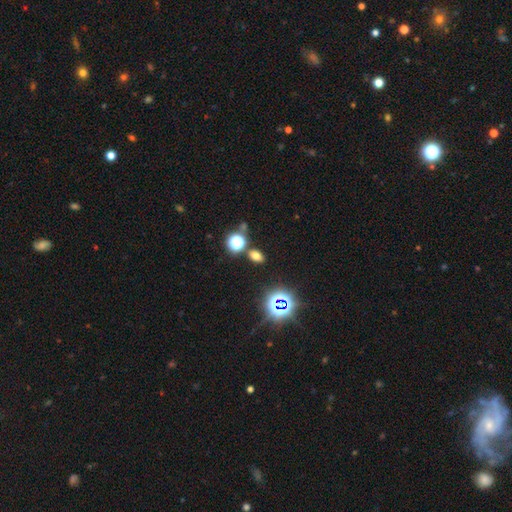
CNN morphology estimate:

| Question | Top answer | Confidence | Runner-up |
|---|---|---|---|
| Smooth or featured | smooth | 67% | star or artifact (25%) |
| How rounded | in between | 76% | round (22%) |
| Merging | none | 82% | minor disturbance (8%) |